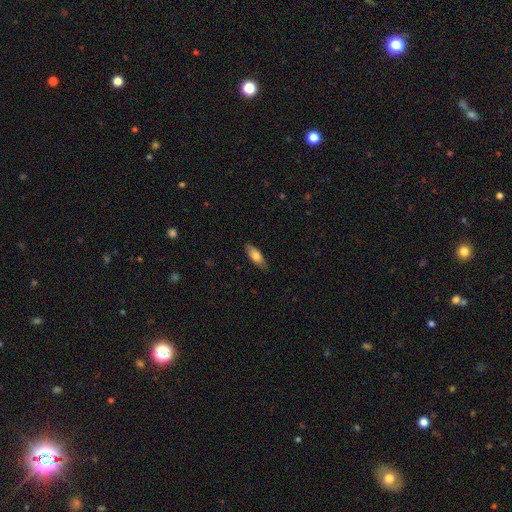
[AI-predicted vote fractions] Smooth or featured? Predicted: smooth (p=0.76). How rounded? Predicted: in between (p=0.72). Merging? Predicted: none (p=0.82).